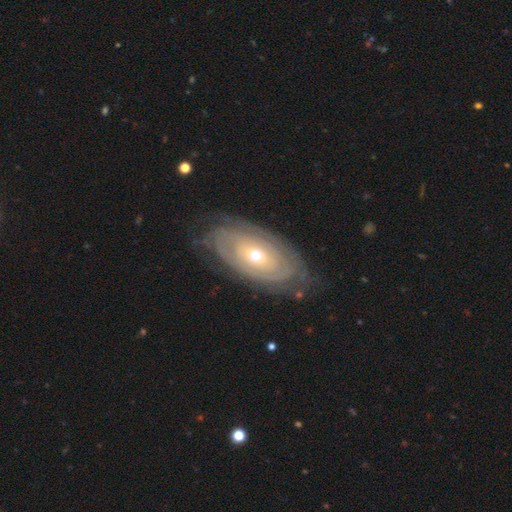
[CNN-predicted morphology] Smooth or featured? featured or disk (77%)
Edge-on disk? no (92%)
Bar? no (83%)
Spiral arms? yes (74%)
Spiral winding? tight (81%)
Spiral arm count? can't tell (57%)
Bulge size? small (50%)
Merging? none (74%)